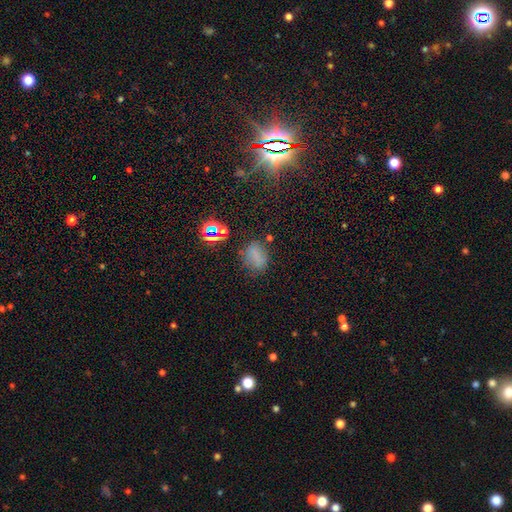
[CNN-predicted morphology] Smooth or featured: smooth — 63% (star or artifact — 25%)
How rounded: in between — 65% (round — 32%)
Merging: none — 68% (minor disturbance — 19%)